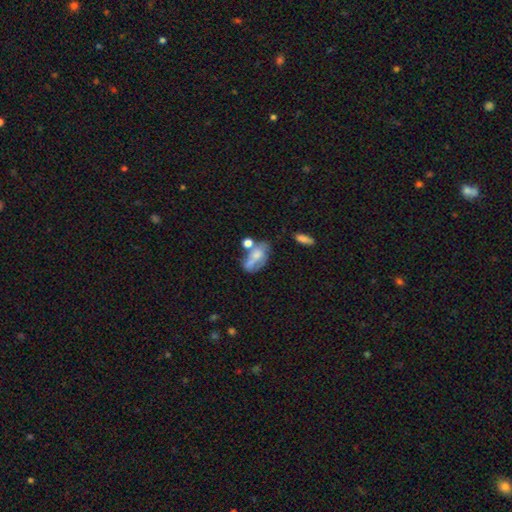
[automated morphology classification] Smooth or featured? Predicted: smooth (p=0.56). How rounded? Predicted: in between (p=0.86). Merging? Predicted: merger (p=0.33).